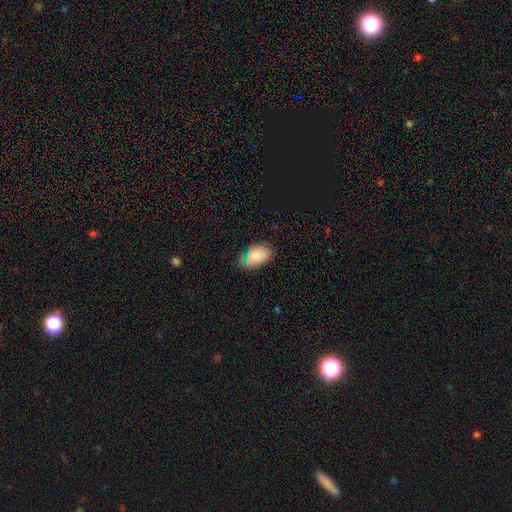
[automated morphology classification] The model was most divided on "merging": none: 69%, minor disturbance: 24%, major disturbance: 5%, merger: 2%. More confident: how rounded — in between (89%); smooth or featured — smooth (81%).